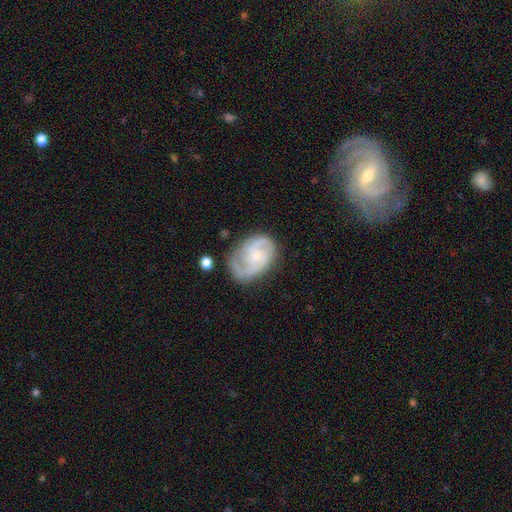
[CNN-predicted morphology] Q: Smooth or featured?
A: featured or disk (84%); runner-up: smooth (11%)
Q: Edge-on disk?
A: no (98%); runner-up: yes (2%)
Q: Bar?
A: no (59%); runner-up: weak (36%)
Q: Spiral arms?
A: yes (96%); runner-up: no (4%)
Q: Spiral winding?
A: medium (52%); runner-up: tight (32%)
Q: Spiral arm count?
A: 2 (74%); runner-up: 3 (11%)
Q: Bulge size?
A: small (66%); runner-up: moderate (26%)
Q: Merging?
A: none (69%); runner-up: minor disturbance (20%)